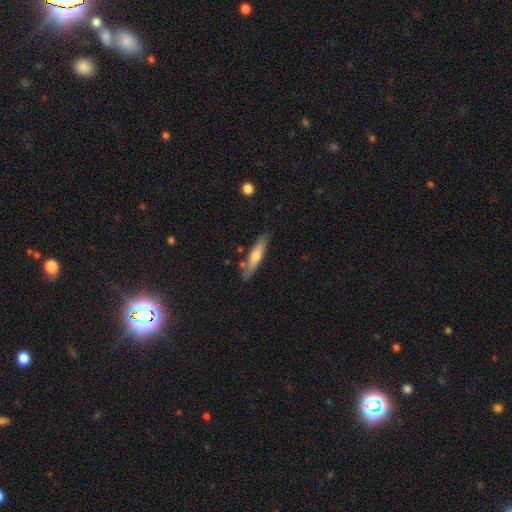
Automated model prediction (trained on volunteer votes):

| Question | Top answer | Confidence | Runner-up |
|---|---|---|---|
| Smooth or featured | smooth | 54% | featured or disk (40%) |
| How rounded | cigar-shaped | 83% | in between (15%) |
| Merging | none | 81% | minor disturbance (13%) |